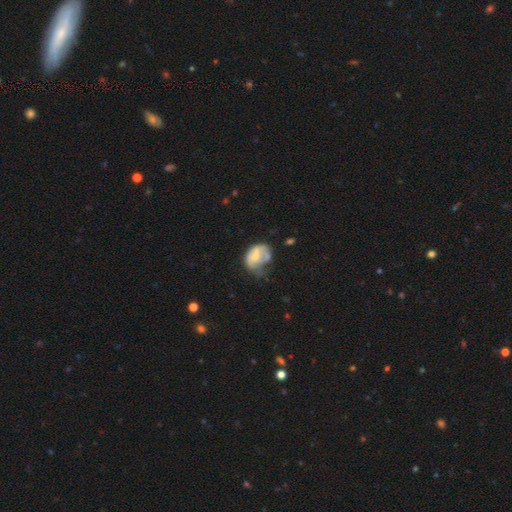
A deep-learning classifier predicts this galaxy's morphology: Smooth or featured?
  - smooth: 48% *
  - featured or disk: 43%
  - star or artifact: 8%
Merging?
  - major disturbance: 34% *
  - minor disturbance: 32%
  - none: 21%
  - merger: 12%